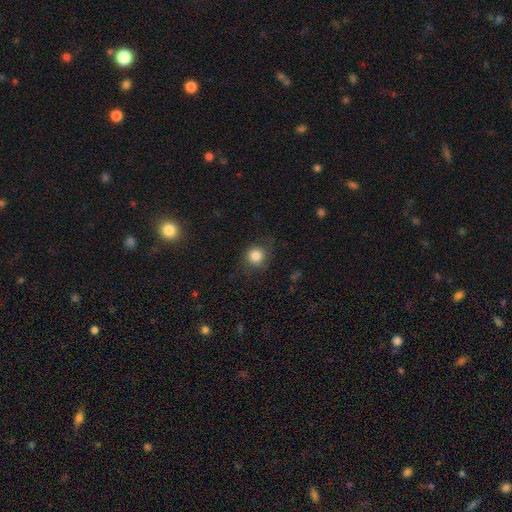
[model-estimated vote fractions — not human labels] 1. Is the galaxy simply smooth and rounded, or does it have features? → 83% smooth, 11% star or artifact, 6% featured or disk.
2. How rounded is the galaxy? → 89% round, 10% in between, 1% cigar-shaped.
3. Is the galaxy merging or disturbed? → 79% none, 14% minor disturbance, 5% major disturbance, 1% merger.